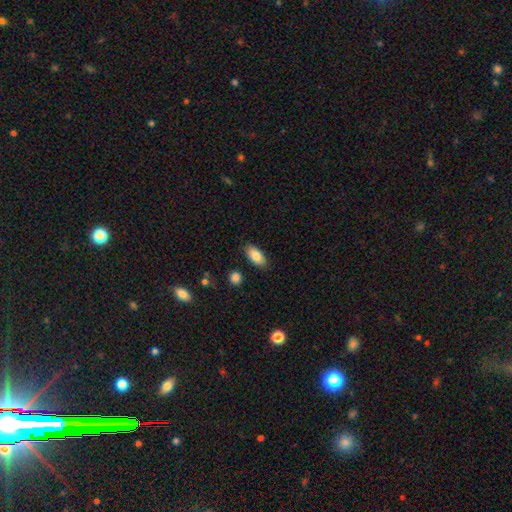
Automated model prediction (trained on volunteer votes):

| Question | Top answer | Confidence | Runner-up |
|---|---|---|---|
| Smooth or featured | smooth | 85% | featured or disk (8%) |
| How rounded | in between | 90% | cigar-shaped (7%) |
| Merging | none | 86% | minor disturbance (10%) |